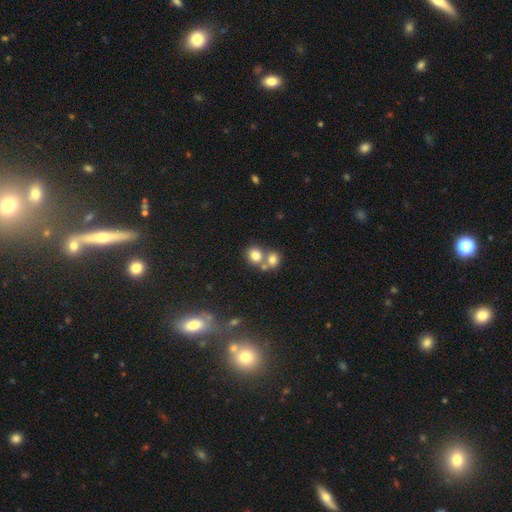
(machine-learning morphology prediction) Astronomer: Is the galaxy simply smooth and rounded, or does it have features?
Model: smooth — 77%.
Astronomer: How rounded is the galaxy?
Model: round — 65%.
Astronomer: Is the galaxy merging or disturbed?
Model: merger — 50% (runner-up: none, 38%).